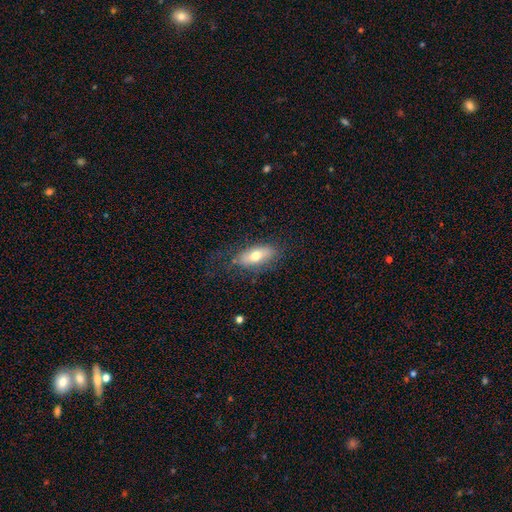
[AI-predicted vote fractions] Morphology: type=smooth (67%); roundness=in between (85%); merging=none (73%).